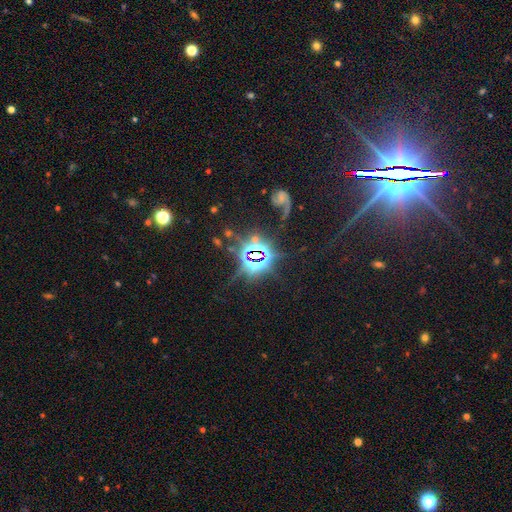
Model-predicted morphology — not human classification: Overall: star or artifact (76%).